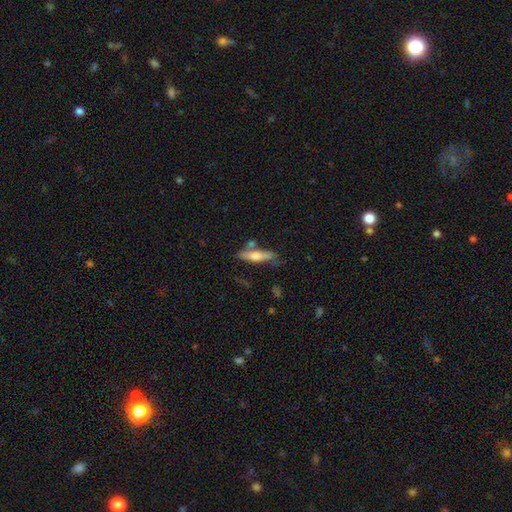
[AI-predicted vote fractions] A smooth galaxy with no disk features (54%) that is cigar-shaped (72%).

Vote fractions:
- Smooth or featured? smooth: 54% / featured or disk: 40% / star or artifact: 6%
- How rounded? cigar-shaped: 72% / in between: 25% / round: 2%
- Merging? none: 64% / minor disturbance: 18% / merger: 13% / major disturbance: 5%